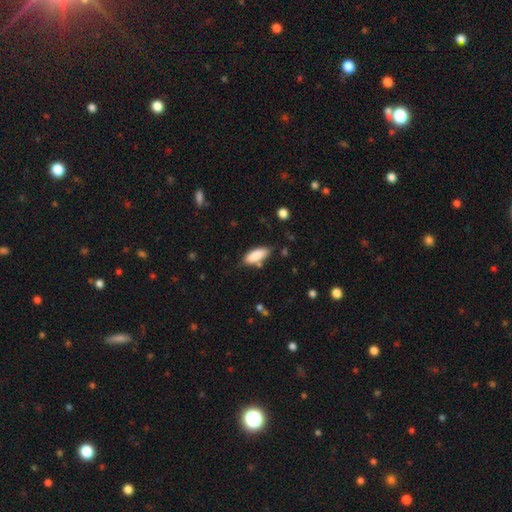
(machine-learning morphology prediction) Smooth or featured? Predicted: smooth (p=0.87). How rounded? Predicted: in between (p=0.73). Merging? Predicted: none (p=0.75).